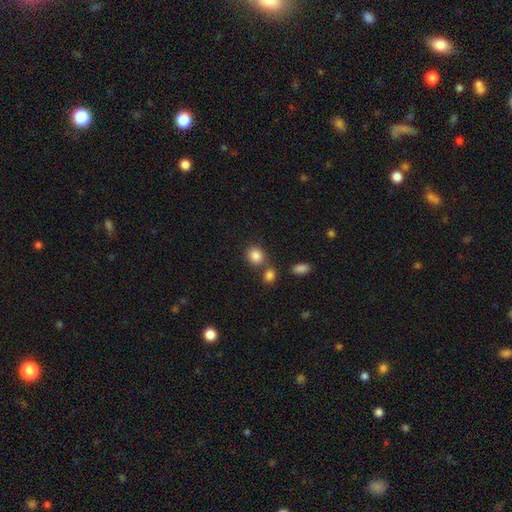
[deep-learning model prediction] smooth_or_featured: smooth (p=0.85) [alt: star or artifact p=0.10]
how_rounded: round (p=0.73) [alt: in between p=0.26]
merging: none (p=0.64) [alt: merger p=0.22]